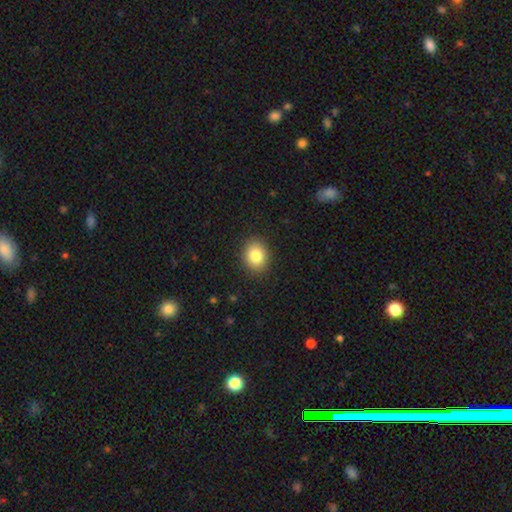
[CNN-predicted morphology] smooth-or-featured: smooth: 82% | star or artifact: 10% | featured or disk: 8%
  how-rounded: round: 54% | in between: 45% | cigar-shaped: 1%
  merging: none: 89% | minor disturbance: 8% | major disturbance: 2% | merger: 1%